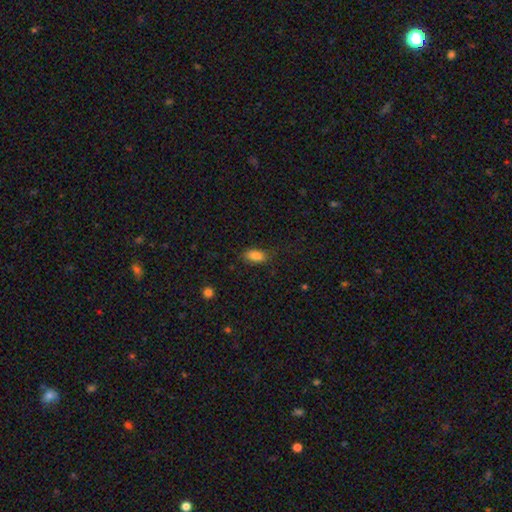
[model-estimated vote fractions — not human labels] The model was most divided on "merging": none: 78%, minor disturbance: 16%, major disturbance: 4%, merger: 1%. More confident: how rounded — in between (88%); smooth or featured — smooth (84%).